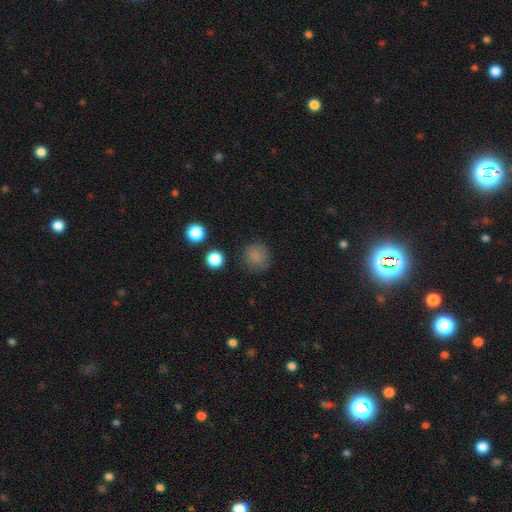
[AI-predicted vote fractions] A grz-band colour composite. It shows a smooth galaxy with no disk features (83%) that is round (91%). Merging: none (81%).